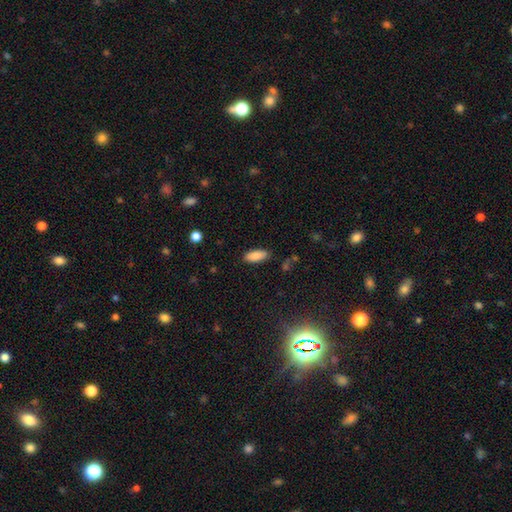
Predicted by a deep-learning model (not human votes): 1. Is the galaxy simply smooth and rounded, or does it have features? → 87% smooth, 7% star or artifact, 6% featured or disk.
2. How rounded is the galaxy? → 84% in between, 15% cigar-shaped, 2% round.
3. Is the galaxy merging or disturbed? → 85% none, 11% minor disturbance, 3% major disturbance, 1% merger.